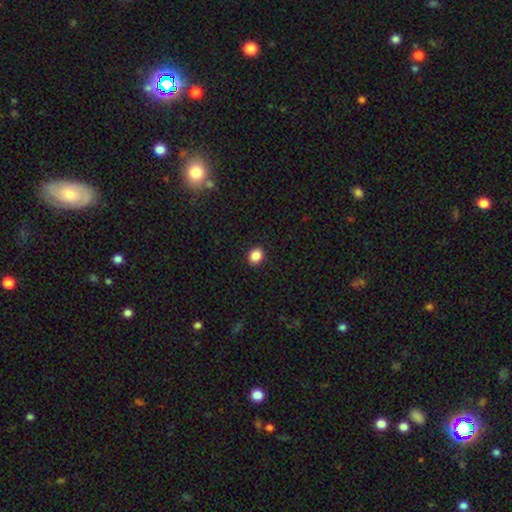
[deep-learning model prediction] A smooth galaxy with no disk features (87%) that is round (54%).

Vote fractions:
- Smooth or featured? smooth: 87% / star or artifact: 10% / featured or disk: 3%
- How rounded? round: 54% / in between: 45% / cigar-shaped: 1%
- Merging? none: 91% / minor disturbance: 6% / major disturbance: 2% / merger: 1%